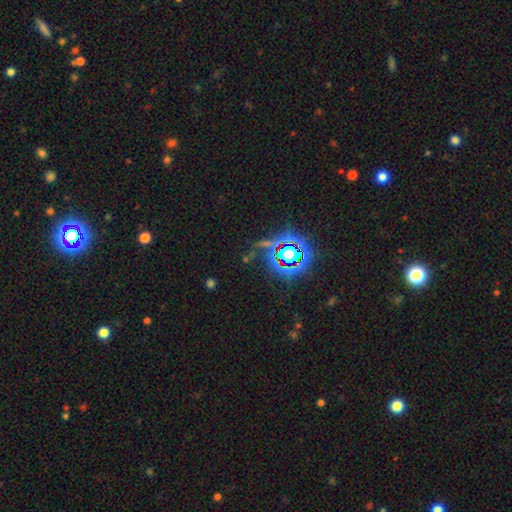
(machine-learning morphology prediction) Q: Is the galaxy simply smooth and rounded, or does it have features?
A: star or artifact — 80%.